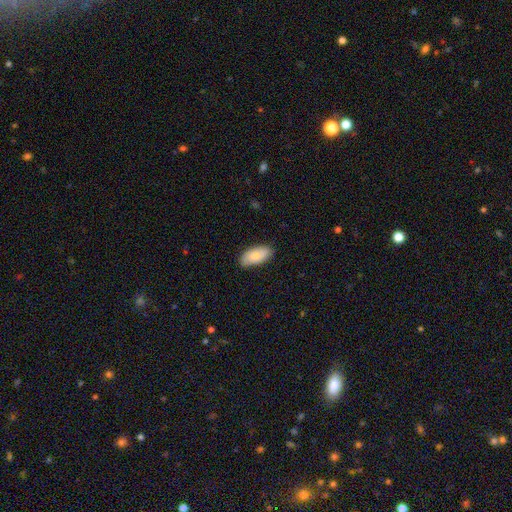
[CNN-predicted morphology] A smooth galaxy with no disk features (84%) that is in between round and cigar-shaped (92%). Merging: none (82%).